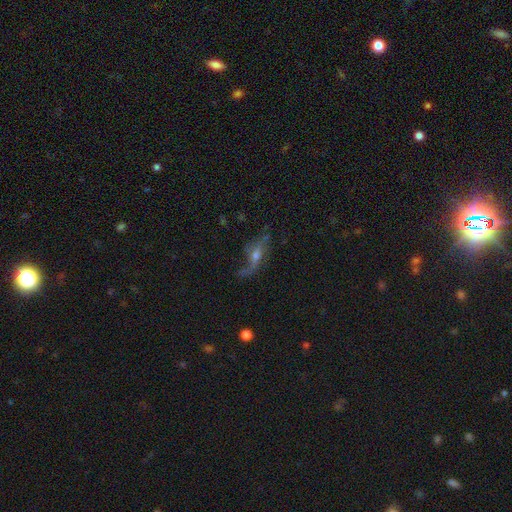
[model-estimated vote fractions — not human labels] Smooth or featured? featured or disk (71%)
Edge-on disk? no (72%)
Bar? no (52%)
Spiral arms? yes (83%)
Bulge size? moderate (49%)
Merging? none (51%)